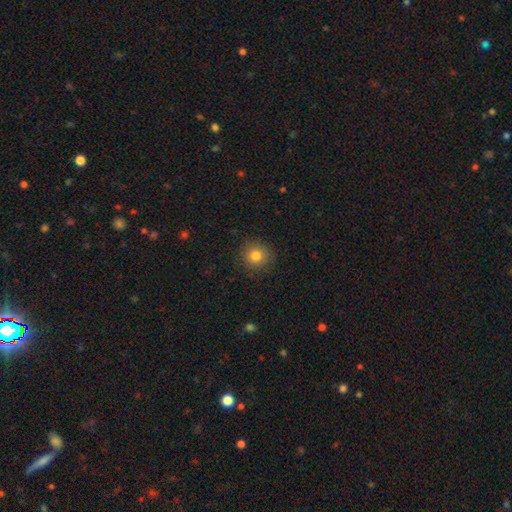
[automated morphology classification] A smooth galaxy with no disk features (82%) that is round (91%). Merging: none (88%).